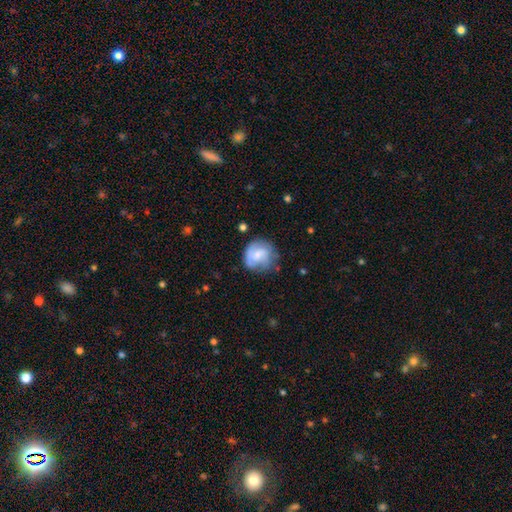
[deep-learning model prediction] Smooth or featured? smooth (53%)
How rounded? round (82%)
Merging? none (60%)